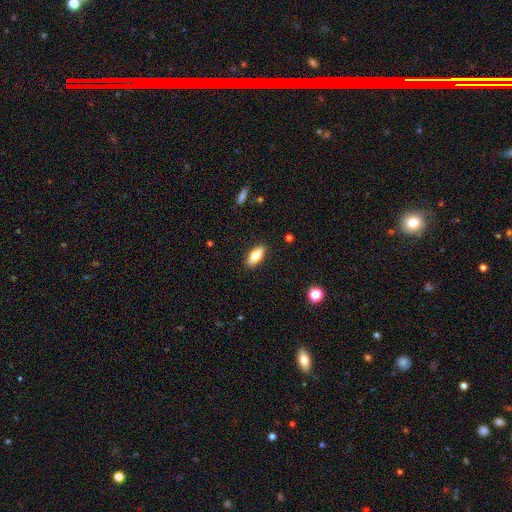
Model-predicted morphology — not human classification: Smooth or featured: smooth — 74% (featured or disk — 19%)
How rounded: in between — 79% (cigar-shaped — 19%)
Merging: none — 89% (minor disturbance — 8%)